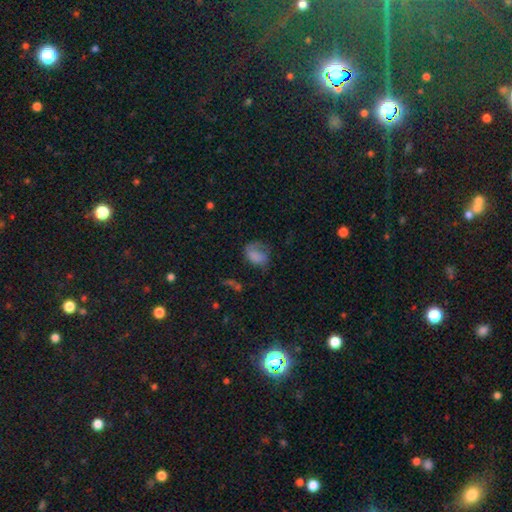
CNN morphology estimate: A smooth galaxy with no disk features (63%) that is in between round and cigar-shaped (67%). Merging: none (35%).